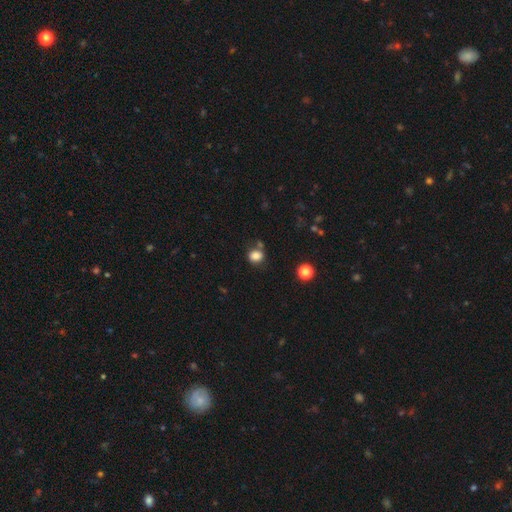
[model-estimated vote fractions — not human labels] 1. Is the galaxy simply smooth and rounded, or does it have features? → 83% smooth, 12% star or artifact, 5% featured or disk.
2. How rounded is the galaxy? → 62% round, 37% in between, 1% cigar-shaped.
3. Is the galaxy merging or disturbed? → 67% none, 16% minor disturbance, 13% merger, 5% major disturbance.